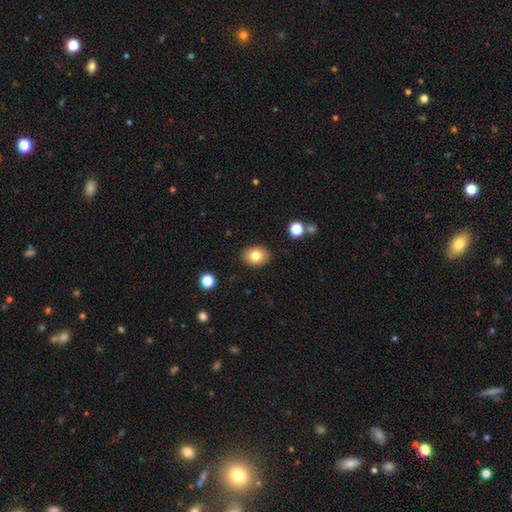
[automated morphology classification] smooth-or-featured: smooth: 80% | featured or disk: 10% | star or artifact: 10%
  how-rounded: in between: 61% | round: 39% | cigar-shaped: 1%
  merging: none: 89% | minor disturbance: 8% | major disturbance: 2% | merger: 1%